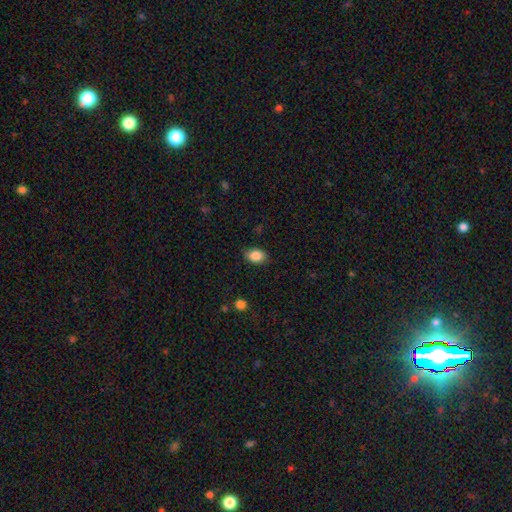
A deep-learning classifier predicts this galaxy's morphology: Smooth or featured: smooth — 86% (star or artifact — 8%)
How rounded: in between — 78% (round — 21%)
Merging: none — 82% (minor disturbance — 14%)